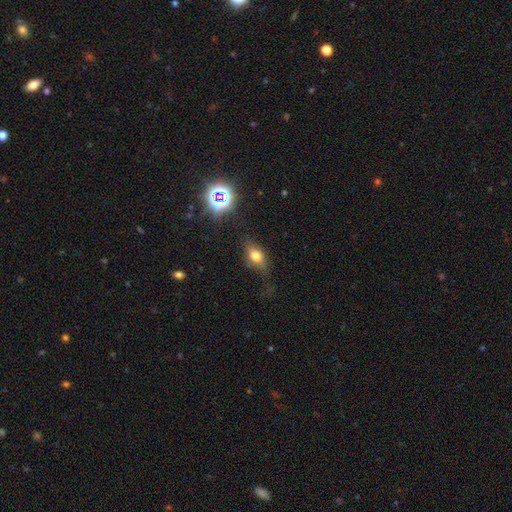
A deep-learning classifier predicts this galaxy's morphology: Smooth or featured: smooth — 62% (featured or disk — 22%)
How rounded: in between — 74% (round — 17%)
Merging: none — 62% (minor disturbance — 23%)